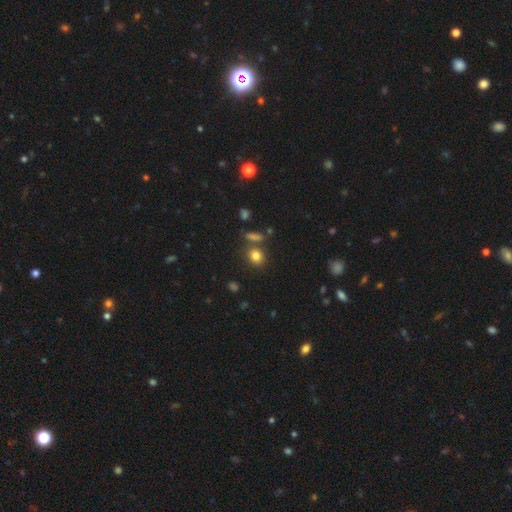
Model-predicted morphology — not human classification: Q: Smooth or featured?
A: smooth (82%); runner-up: star or artifact (12%)
Q: How rounded?
A: round (67%); runner-up: in between (31%)
Q: Merging?
A: none (75%); runner-up: merger (11%)